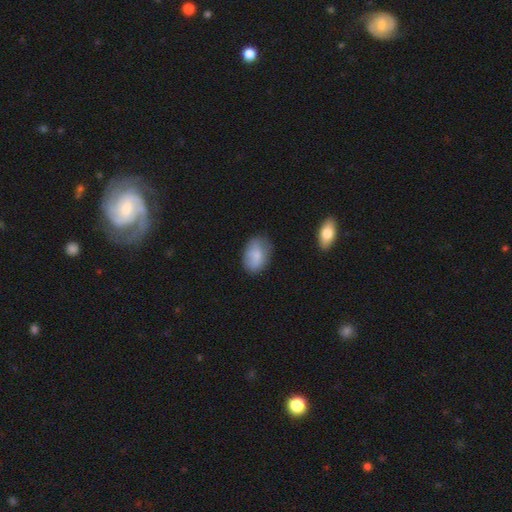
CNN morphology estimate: type=smooth (80%); roundness=in between (84%); merging=none (67%).